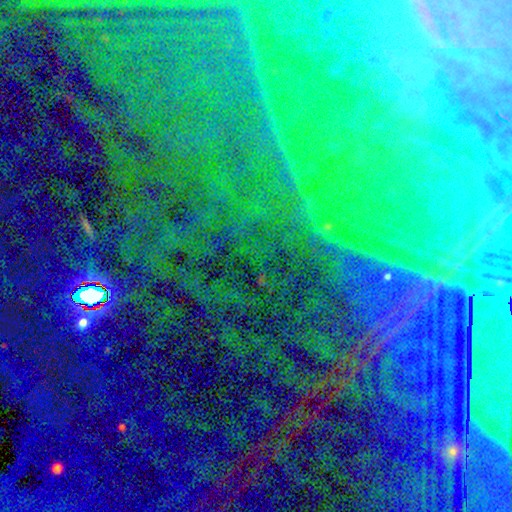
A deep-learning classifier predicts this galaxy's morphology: star or artifact 82%, featured or disk 10%, smooth 8%.